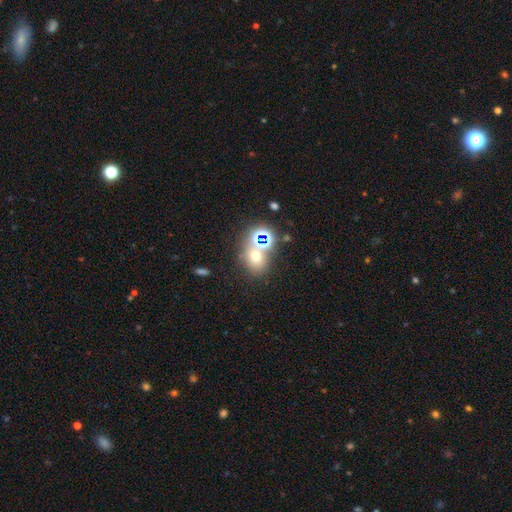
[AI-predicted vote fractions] The model was most divided on "how rounded": round: 58%, in between: 41%, cigar-shaped: 1%. More confident: merging — none (60%); smooth or featured — smooth (58%).